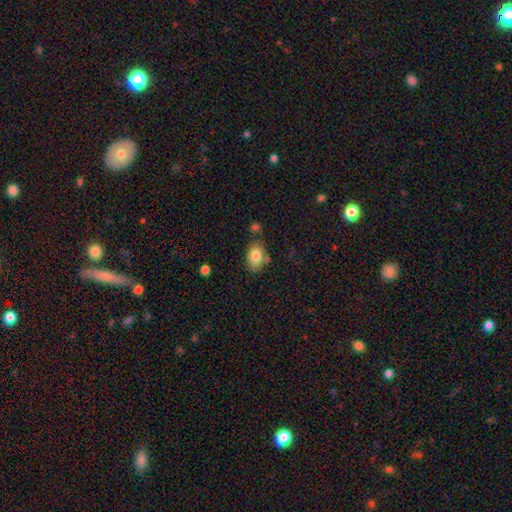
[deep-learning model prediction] Q: Smooth or featured?
A: smooth (81%); runner-up: featured or disk (11%)
Q: How rounded?
A: in between (81%); runner-up: round (18%)
Q: Merging?
A: none (69%); runner-up: minor disturbance (18%)